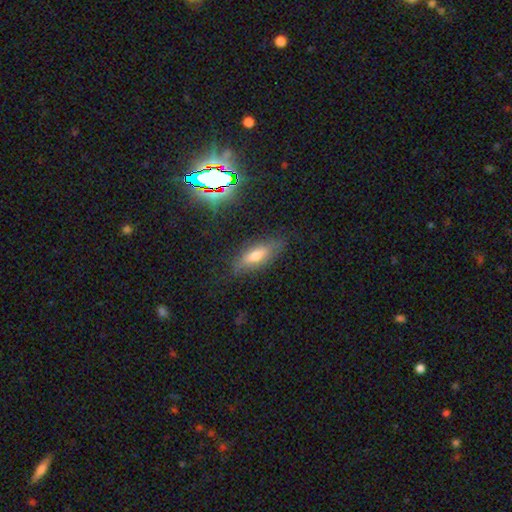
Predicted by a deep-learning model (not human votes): This is possibly a smooth galaxy (52%). How rounded: possibly in between (56%). Merging: likely none (79%).